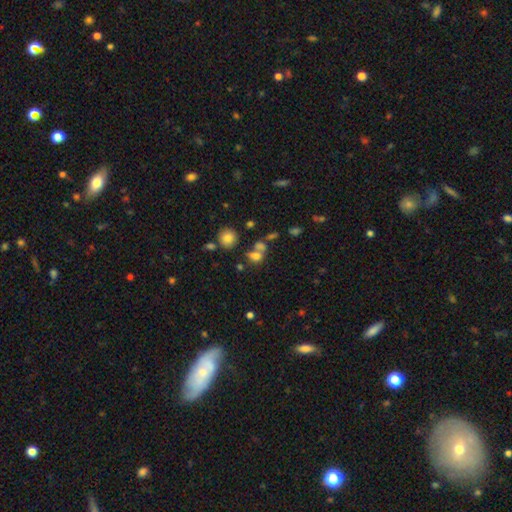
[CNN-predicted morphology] type=smooth (70%); roundness=in between (57%); merging=merger (41%).